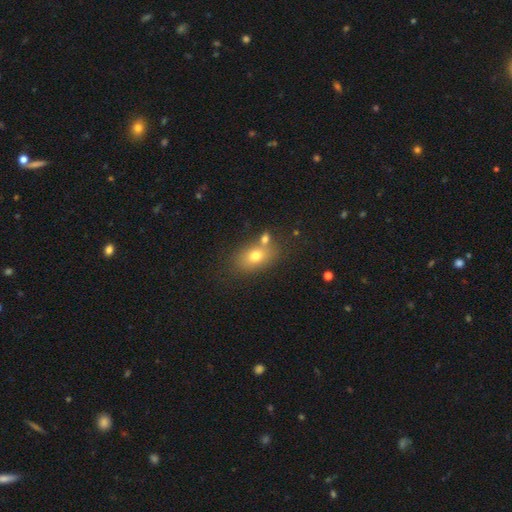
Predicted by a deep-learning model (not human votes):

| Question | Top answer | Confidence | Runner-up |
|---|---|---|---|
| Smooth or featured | smooth | 73% | featured or disk (15%) |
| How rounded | in between | 76% | round (23%) |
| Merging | none | 59% | merger (24%) |